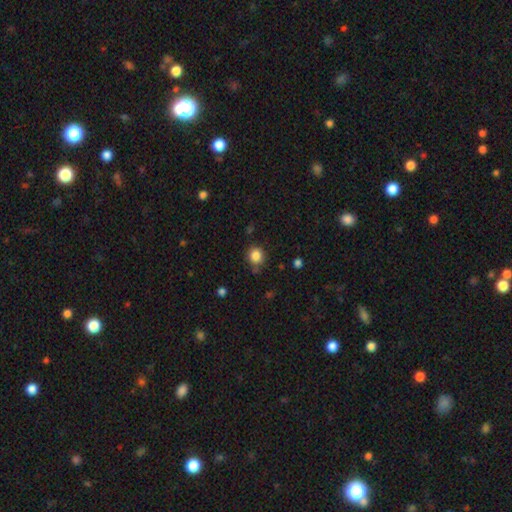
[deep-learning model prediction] A smooth galaxy with no disk features (85%) that is round (87%).

Vote fractions:
- Smooth or featured? smooth: 85% / star or artifact: 11% / featured or disk: 4%
- How rounded? round: 87% / in between: 12% / cigar-shaped: 1%
- Merging? none: 80% / minor disturbance: 13% / merger: 4% / major disturbance: 3%